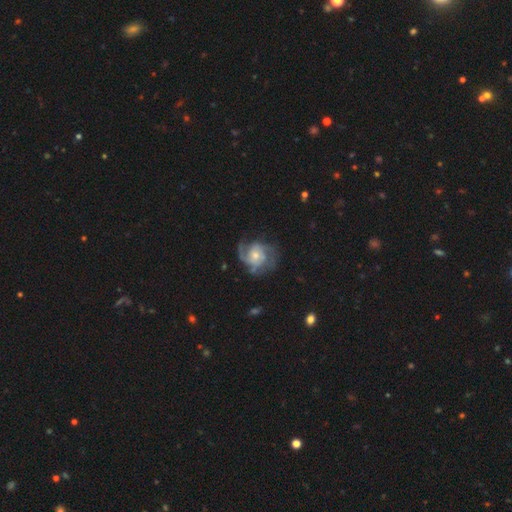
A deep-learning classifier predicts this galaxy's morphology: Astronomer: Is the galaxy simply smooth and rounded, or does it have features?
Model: featured or disk — 80%.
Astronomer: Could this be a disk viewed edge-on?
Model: no — 98%.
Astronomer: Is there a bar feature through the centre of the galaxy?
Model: no — 73%.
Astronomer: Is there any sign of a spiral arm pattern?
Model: yes — 93%.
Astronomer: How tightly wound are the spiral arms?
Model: medium — 45% (runner-up: tight, 37%).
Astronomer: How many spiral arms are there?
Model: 2 — 37% (runner-up: 3, 26%).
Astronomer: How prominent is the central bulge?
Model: small — 47% (runner-up: moderate, 43%).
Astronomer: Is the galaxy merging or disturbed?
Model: none — 61%.